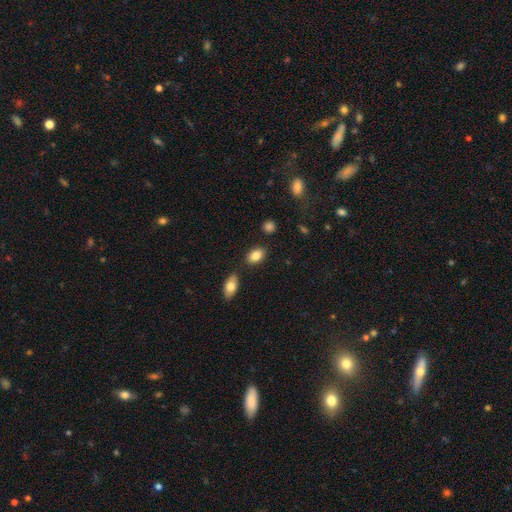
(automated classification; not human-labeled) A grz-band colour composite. It shows a smooth galaxy with no disk features (84%) that is in between round and cigar-shaped (85%). Merging: none (80%).